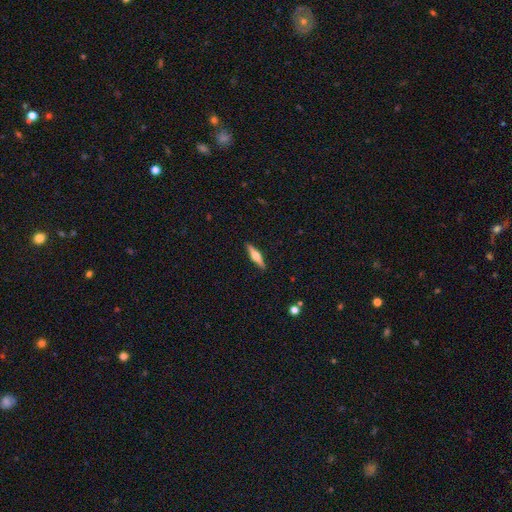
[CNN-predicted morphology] Smooth or featured? Predicted: featured or disk (p=0.66). Edge-on disk? Predicted: yes (p=0.97). Edge-on bulge? Predicted: rounded (p=0.93). Merging? Predicted: none (p=0.91).